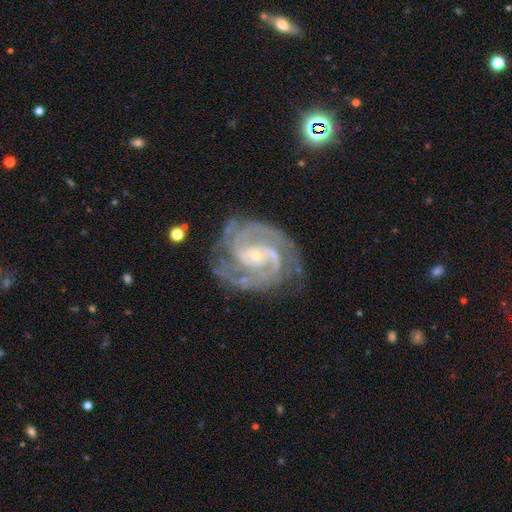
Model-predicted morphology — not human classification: type=featured or disk (92%); edge-on=no (98%); bar=no (56%); spiral arms=yes (98%); winding=tight (57%); arm count=2 (45%); bulge=small (82%); merging=none (74%).